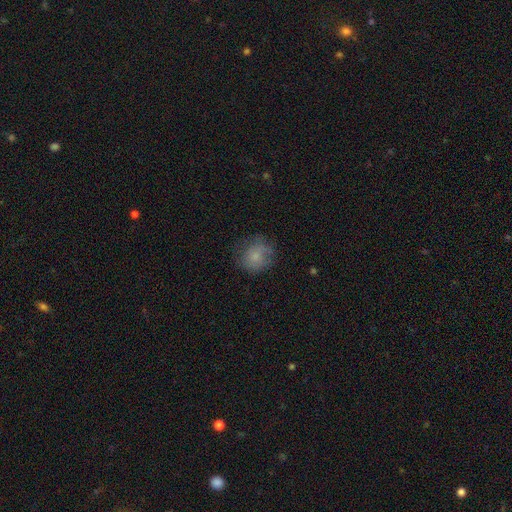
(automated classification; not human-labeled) Morphology: type=smooth (72%); roundness=round (81%); merging=none (64%).